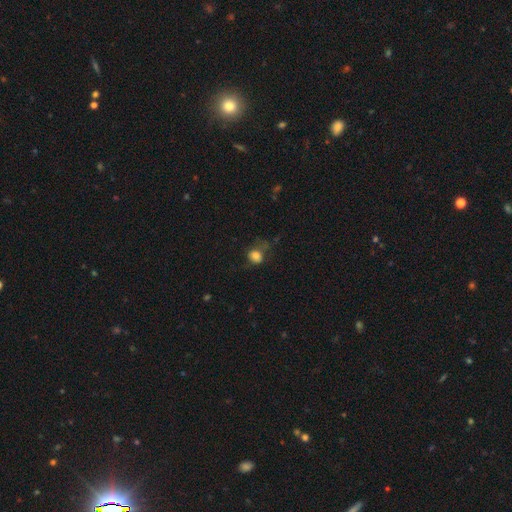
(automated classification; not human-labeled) The model was most divided on "how rounded": round: 56%, in between: 43%, cigar-shaped: 1%. Remaining: smooth or featured — smooth (78%); merging — none (45%).